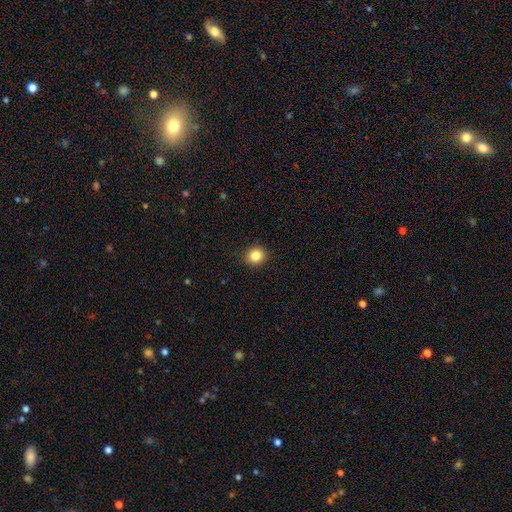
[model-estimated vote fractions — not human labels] Smooth or featured?
  - smooth: 84% *
  - star or artifact: 11%
  - featured or disk: 5%
How rounded?
  - round: 85% *
  - in between: 14%
  - cigar-shaped: 1%
Merging?
  - none: 91% *
  - minor disturbance: 6%
  - major disturbance: 2%
  - merger: 1%